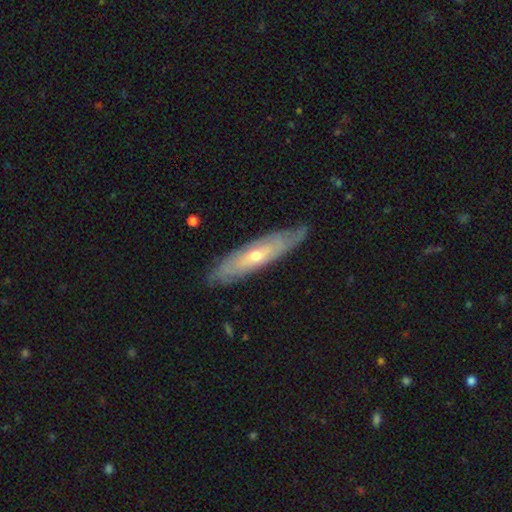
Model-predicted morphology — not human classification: Q: Smooth or featured?
A: featured or disk (68%); runner-up: smooth (26%)
Q: Edge-on disk?
A: no (55%); runner-up: yes (45%)
Q: Merging?
A: none (80%); runner-up: minor disturbance (16%)